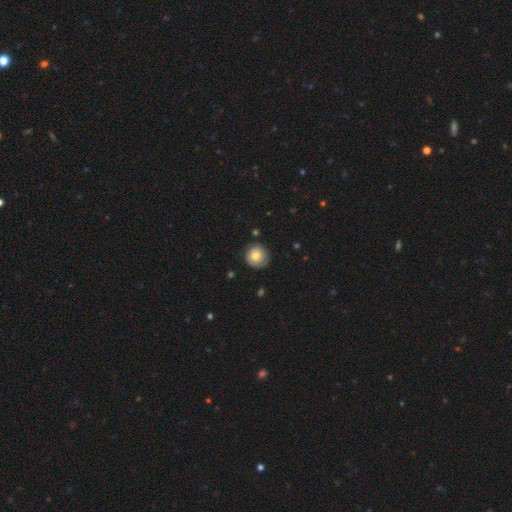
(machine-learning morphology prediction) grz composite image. It shows a smooth galaxy with no disk features (72%) that is round (92%). Merging: none (80%).